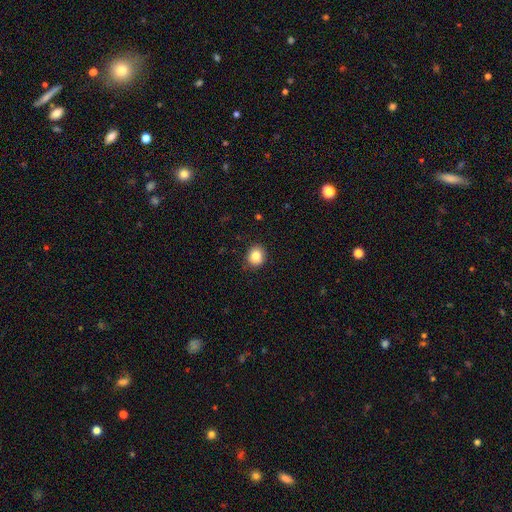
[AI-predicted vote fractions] Smooth or featured: smooth — 84% (star or artifact — 10%)
How rounded: round — 78% (in between — 21%)
Merging: none — 88% (minor disturbance — 8%)